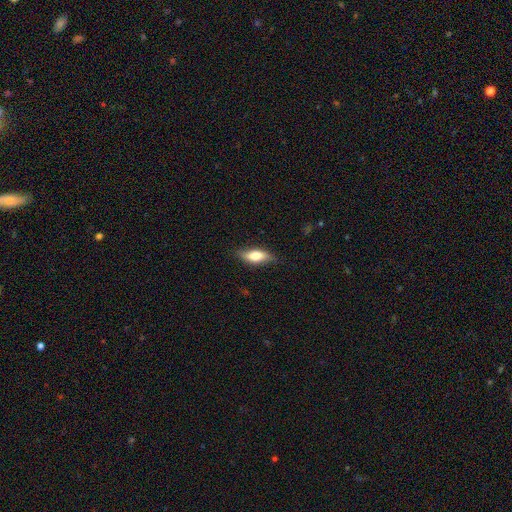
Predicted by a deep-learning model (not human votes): This appears to be a smooth galaxy with no disk features (66%) that is in between round and cigar-shaped (71%). Merging: none (76%).